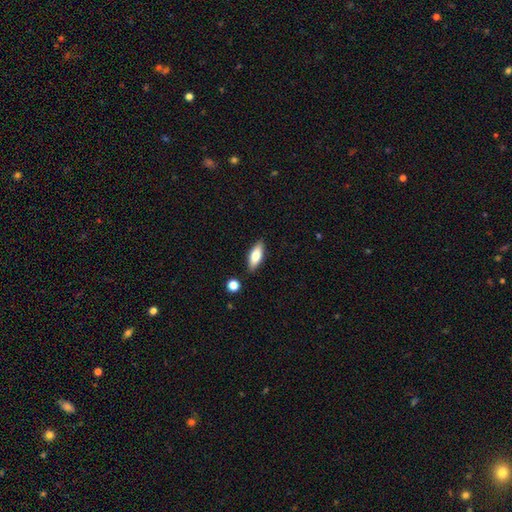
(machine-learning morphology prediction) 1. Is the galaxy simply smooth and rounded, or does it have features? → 69% smooth, 24% featured or disk, 7% star or artifact.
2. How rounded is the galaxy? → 68% in between, 29% cigar-shaped, 3% round.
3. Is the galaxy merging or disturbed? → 86% none, 9% minor disturbance, 3% merger, 2% major disturbance.